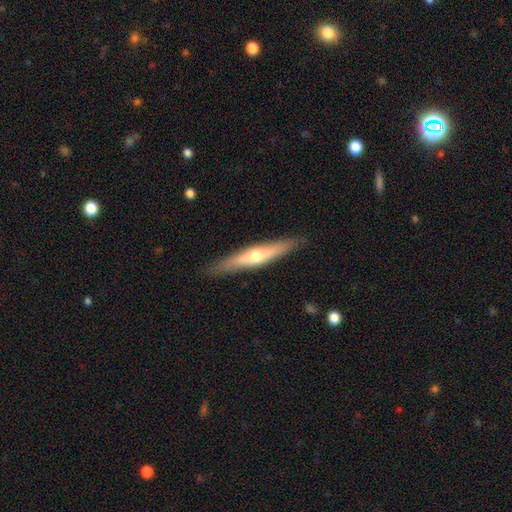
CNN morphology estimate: Q: Smooth or featured?
A: featured or disk (57%); runner-up: smooth (37%)
Q: Edge-on disk?
A: yes (90%); runner-up: no (10%)
Q: Edge-on bulge?
A: rounded (86%); runner-up: none (10%)
Q: Merging?
A: none (89%); runner-up: minor disturbance (8%)